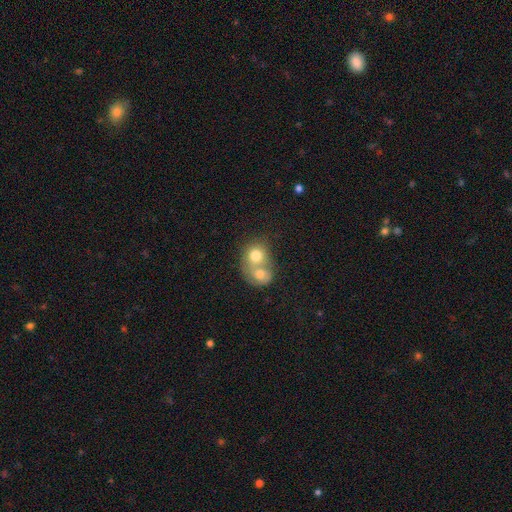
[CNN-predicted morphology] type=smooth (72%); roundness=round (69%); merging=merger (76%).